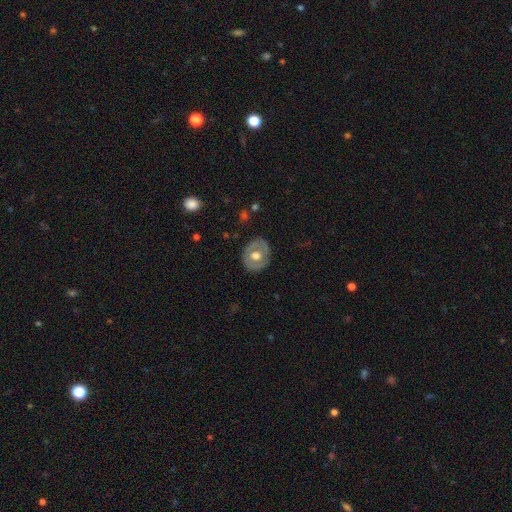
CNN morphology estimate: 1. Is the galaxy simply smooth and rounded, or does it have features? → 50% featured or disk, 45% smooth, 6% star or artifact.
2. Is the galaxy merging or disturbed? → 81% none, 14% minor disturbance, 4% major disturbance, 1% merger.